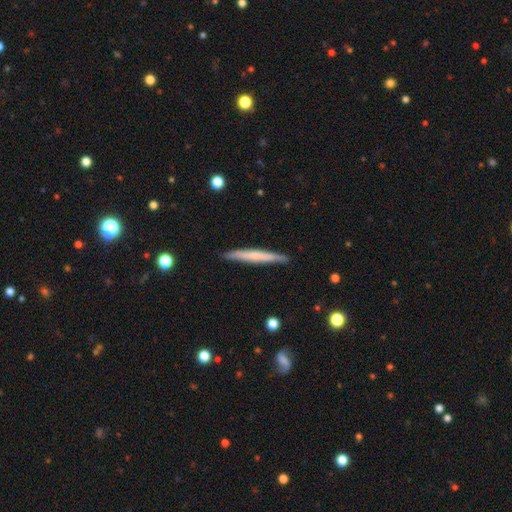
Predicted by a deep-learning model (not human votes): smooth 52%, featured or disk 42%, star or artifact 5%. Down the decision tree: how rounded — cigar-shaped (96%); merging — none (90%).